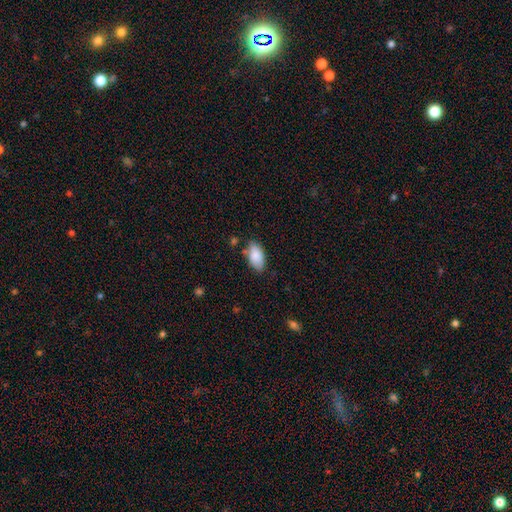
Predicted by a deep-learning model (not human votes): Smooth or featured? smooth (86%)
How rounded? in between (94%)
Merging? none (75%)